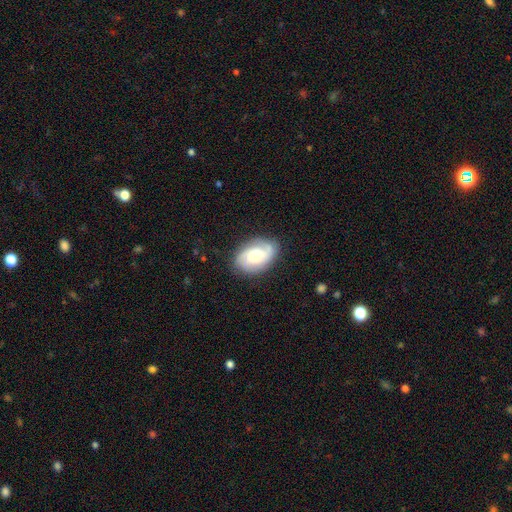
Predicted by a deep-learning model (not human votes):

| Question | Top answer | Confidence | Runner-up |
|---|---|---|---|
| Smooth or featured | featured or disk | 66% | smooth (26%) |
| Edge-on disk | no | 97% | yes (3%) |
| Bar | no | 67% | weak (27%) |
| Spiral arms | yes | 93% | no (7%) |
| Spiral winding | medium | 44% | tight (36%) |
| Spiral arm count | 3 | 35% | 2 (31%) |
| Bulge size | moderate | 44% | large (24%) |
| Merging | none | 78% | minor disturbance (15%) |